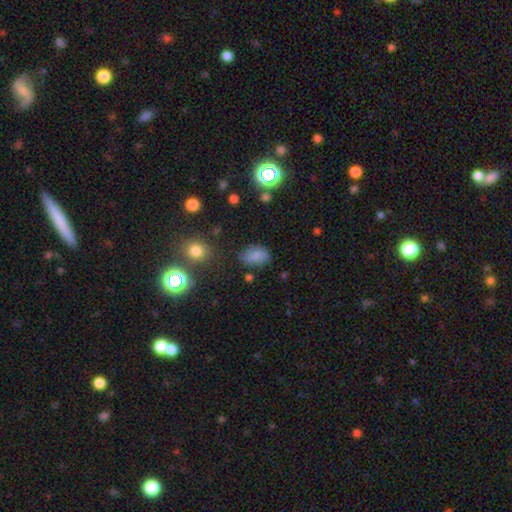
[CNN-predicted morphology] A smooth galaxy with no disk features (77%) that is in between round and cigar-shaped (80%). Merging: none (75%).